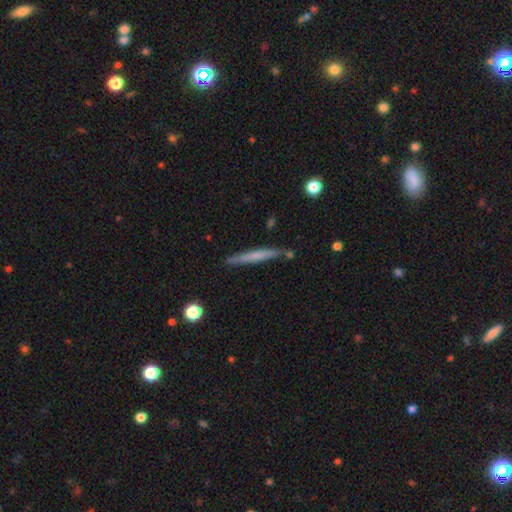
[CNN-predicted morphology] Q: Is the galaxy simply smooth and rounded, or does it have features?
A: smooth — 55%.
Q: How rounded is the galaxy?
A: cigar-shaped — 96%.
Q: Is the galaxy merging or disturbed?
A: none — 86%.